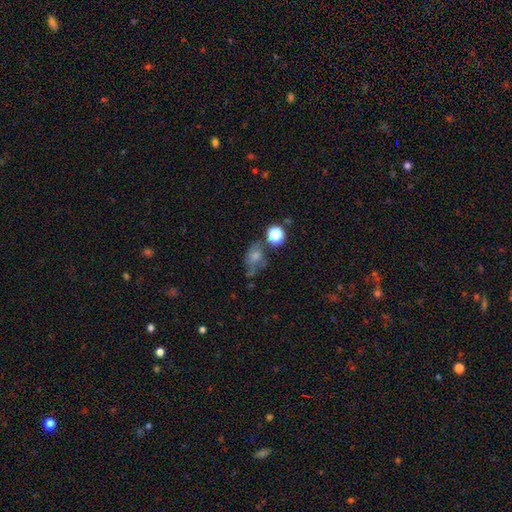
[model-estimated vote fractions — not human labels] A smooth galaxy with no disk features (50%).

Vote fractions:
- Smooth or featured? smooth: 50% / featured or disk: 27% / star or artifact: 24%
- Merging? none: 46% / minor disturbance: 24% / major disturbance: 18% / merger: 12%